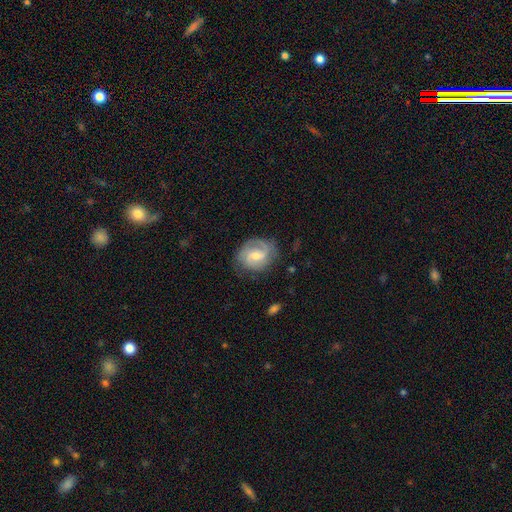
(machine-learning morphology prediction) Overall: featured or disk (72%). Edge-on disk: no (97%). Bar: weak (52%; no 35%). Spiral arms: yes (92%). Spiral arm count: 2 (66%). Spiral winding: tight (42%, tied with medium). Bulge size: moderate (50%; small 42%). Merging: none (71%).